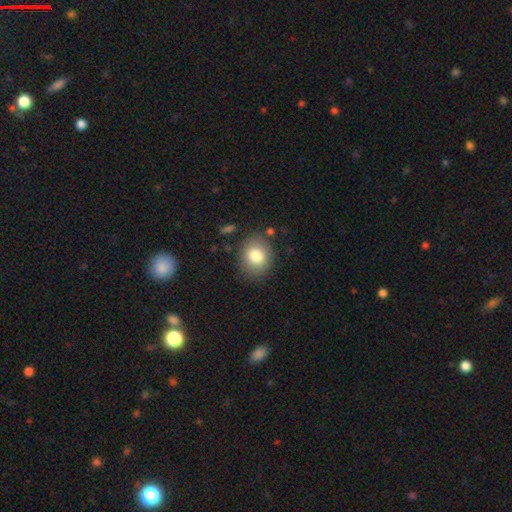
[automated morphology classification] A smooth galaxy with no disk features (80%) that is round (66%). Merging: none (84%).